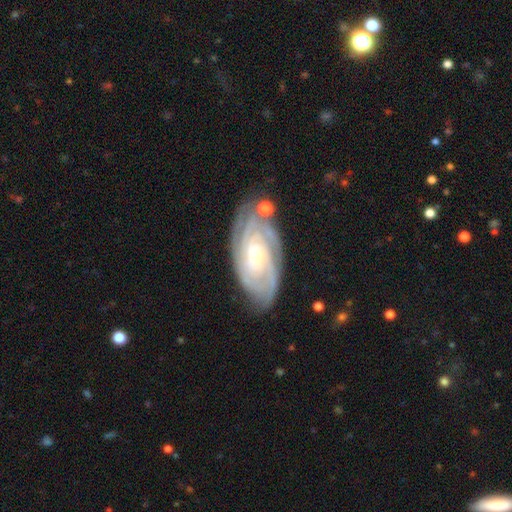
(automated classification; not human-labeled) Smooth or featured?
  - featured or disk: 86% *
  - smooth: 8%
  - star or artifact: 6%
Edge-on disk?
  - no: 95% *
  - yes: 5%
Bar?
  - no: 72% *
  - weak: 21%
  - strong: 6%
Spiral arms?
  - yes: 97% *
  - no: 3%
Spiral winding?
  - tight: 79% *
  - medium: 18%
  - loose: 3%
Spiral arm count?
  - 4: 29% *
  - 3: 25%
  - can't tell: 23%
  - 2: 11%
  - more than 4: 8%
  - 1: 5%
Bulge size?
  - small: 63% *
  - moderate: 34%
  - large: 2%
  - none: 1%
  - dominant: 1%
Merging?
  - none: 75% *
  - minor disturbance: 17%
  - major disturbance: 5%
  - merger: 3%